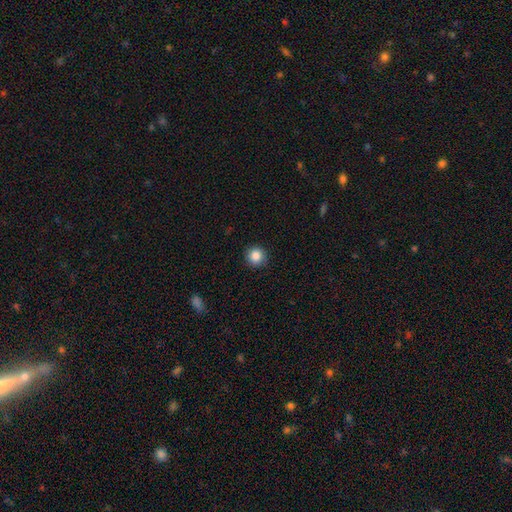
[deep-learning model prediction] This is clearly a smooth galaxy (86%). How rounded: clearly round (94%). Merging: clearly none (91%).